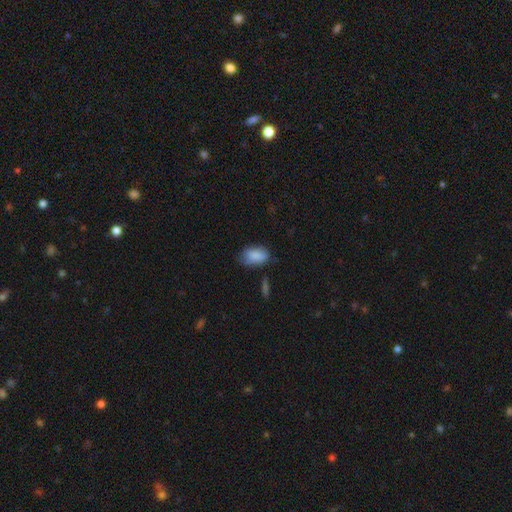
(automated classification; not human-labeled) This is clearly a smooth galaxy (87%). How rounded: clearly in between (91%). Merging: likely none (63%).